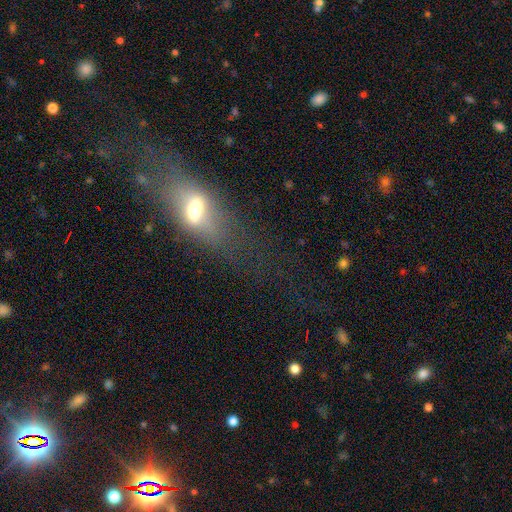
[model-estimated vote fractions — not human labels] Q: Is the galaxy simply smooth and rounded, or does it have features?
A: smooth — 42%.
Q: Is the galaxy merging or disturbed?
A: none — 60%.